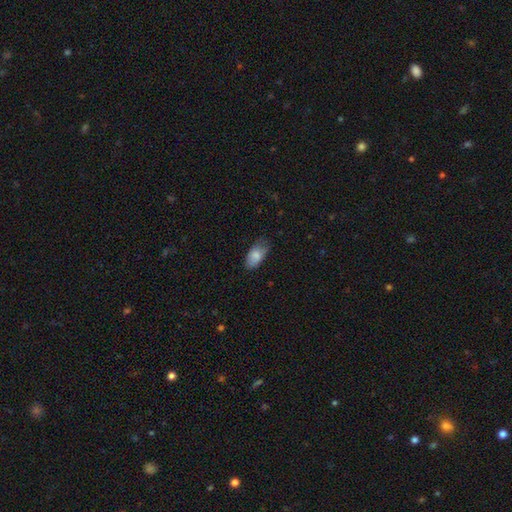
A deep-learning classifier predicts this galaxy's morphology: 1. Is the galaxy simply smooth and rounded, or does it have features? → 81% smooth, 12% featured or disk, 7% star or artifact.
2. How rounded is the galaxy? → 93% in between, 4% cigar-shaped, 4% round.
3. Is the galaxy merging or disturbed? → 64% none, 29% minor disturbance, 6% major disturbance, 1% merger.